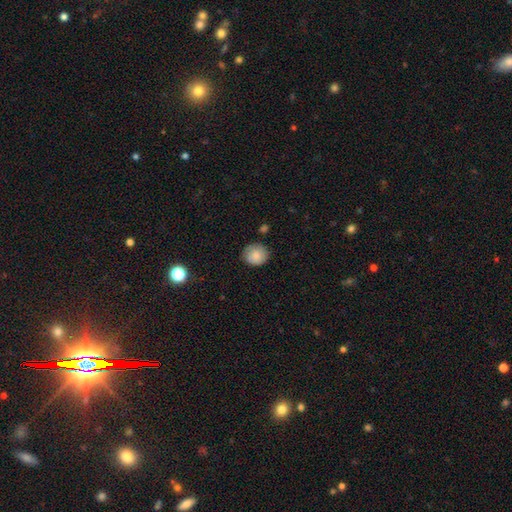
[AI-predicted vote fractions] Overall: smooth (79%). How rounded: round (80%). Merging: none (77%).